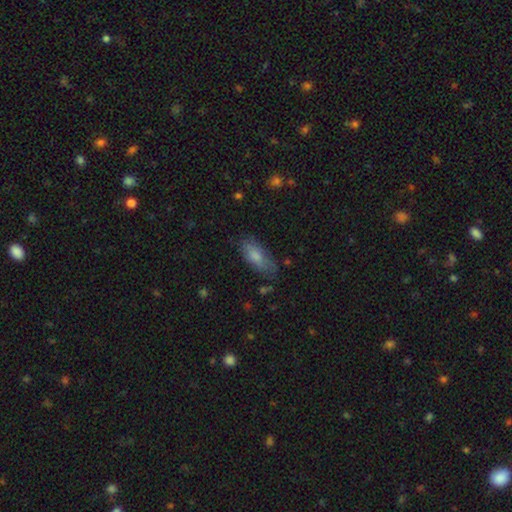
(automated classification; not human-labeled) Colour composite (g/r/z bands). It shows a smooth galaxy with no disk features (76%) that is in between round and cigar-shaped (79%). Merging: none (67%).